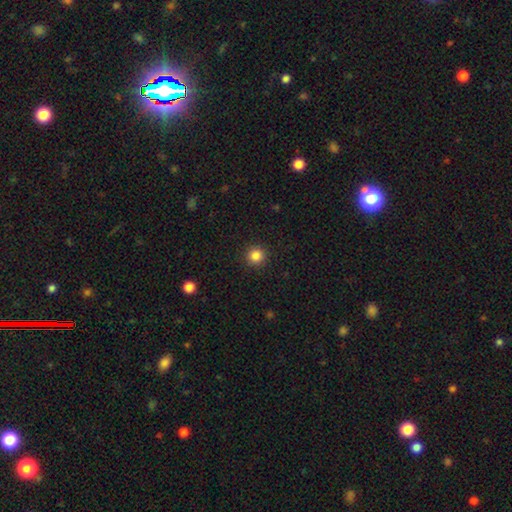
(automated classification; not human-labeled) Smooth or featured? smooth (84%)
How rounded? round (95%)
Merging? none (92%)